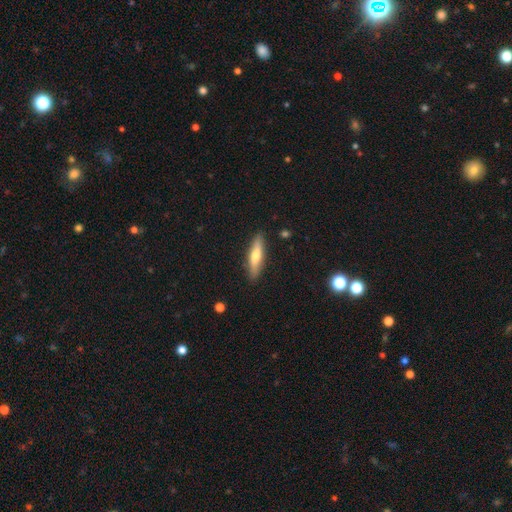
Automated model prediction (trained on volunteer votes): smooth_or_featured: smooth (p=0.57) [alt: featured or disk p=0.37]
how_rounded: cigar-shaped (p=0.74) [alt: in between p=0.24]
merging: none (p=0.88) [alt: minor disturbance p=0.09]